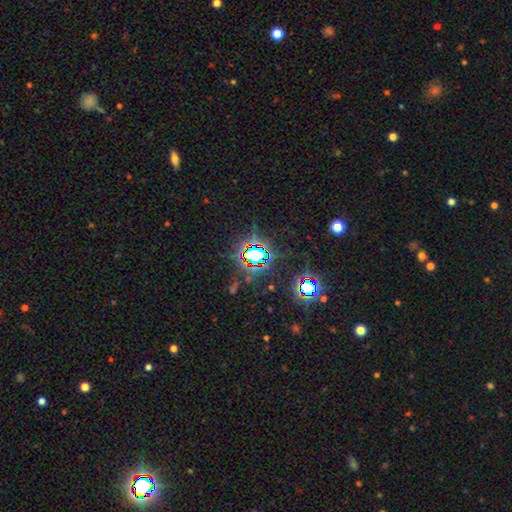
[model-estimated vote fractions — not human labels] This appears to be a star or artifact, not a galaxy (78%).